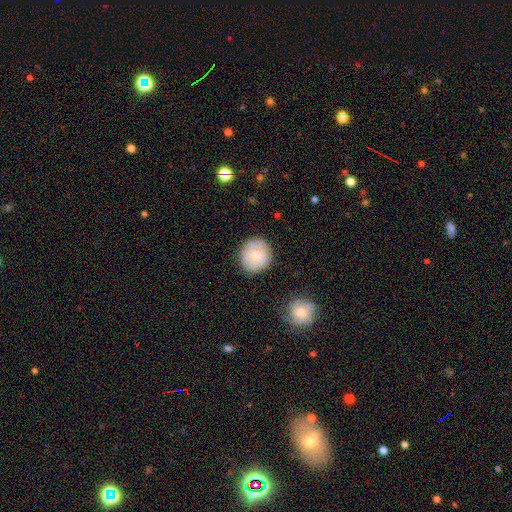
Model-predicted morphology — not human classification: Smooth or featured?
  - smooth: 65% *
  - featured or disk: 28%
  - star or artifact: 7%
How rounded?
  - round: 90% *
  - in between: 9%
  - cigar-shaped: 1%
Merging?
  - none: 80% *
  - minor disturbance: 13%
  - major disturbance: 3%
  - merger: 3%